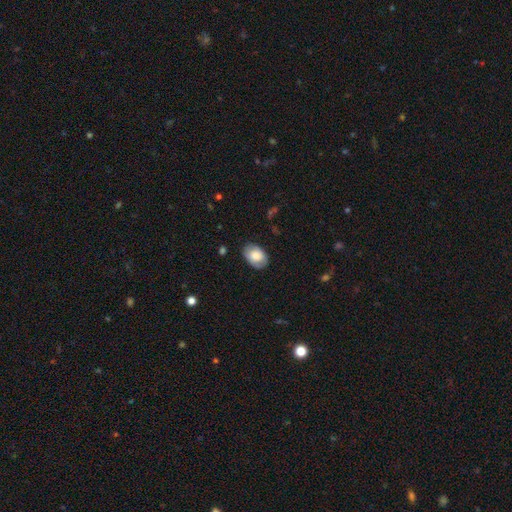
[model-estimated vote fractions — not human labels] Morphology: type=smooth (76%); roundness=in between (86%); merging=none (78%).